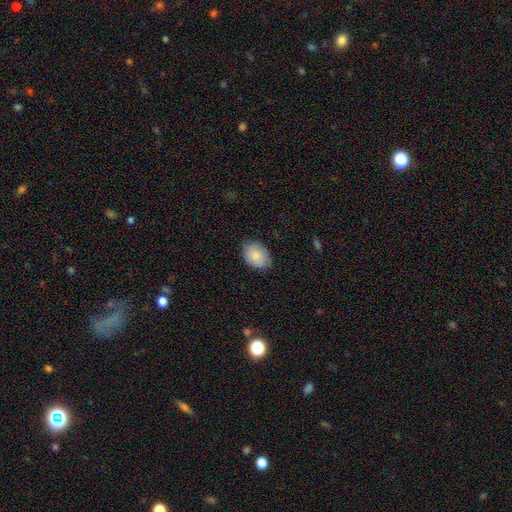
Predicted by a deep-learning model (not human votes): Smooth or featured? Predicted: smooth (p=0.83). How rounded? Predicted: in between (p=0.76). Merging? Predicted: none (p=0.80).